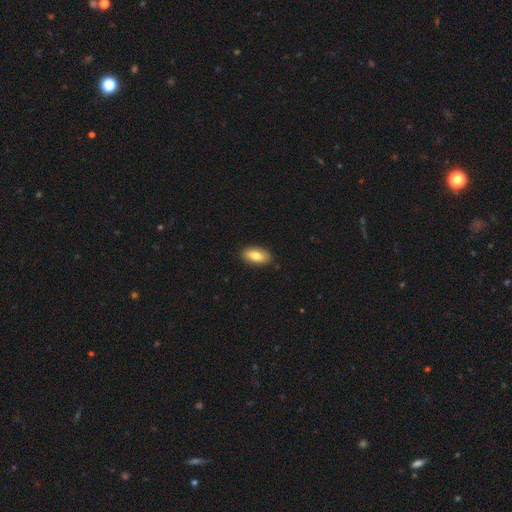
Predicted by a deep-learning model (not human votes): Smooth or featured: smooth — 79% (featured or disk — 14%)
How rounded: in between — 90% (cigar-shaped — 7%)
Merging: none — 88% (minor disturbance — 9%)